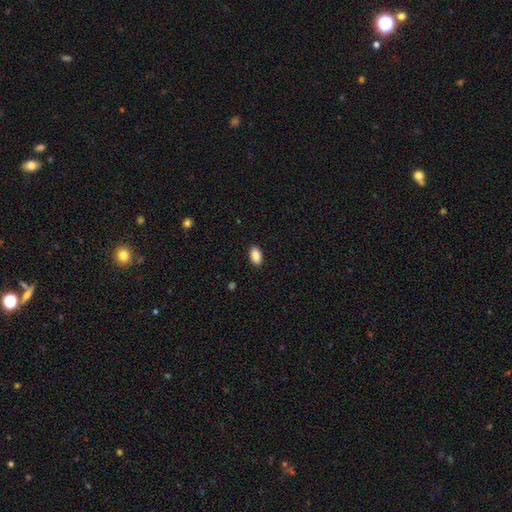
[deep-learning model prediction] Smooth or featured? smooth (90%)
How rounded? in between (94%)
Merging? none (89%)